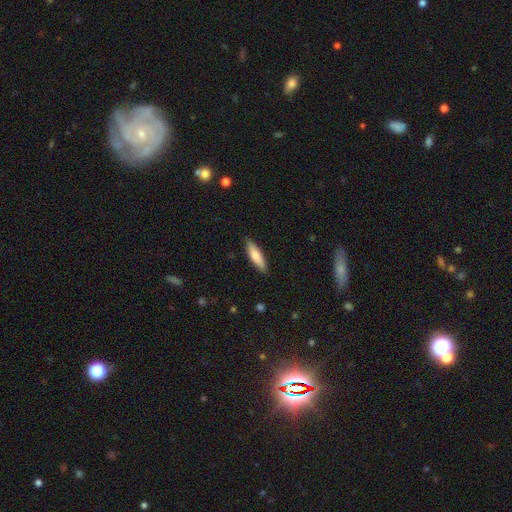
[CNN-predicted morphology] Q: Smooth or featured?
A: smooth (77%); runner-up: featured or disk (17%)
Q: How rounded?
A: cigar-shaped (66%); runner-up: in between (32%)
Q: Merging?
A: none (88%); runner-up: minor disturbance (9%)